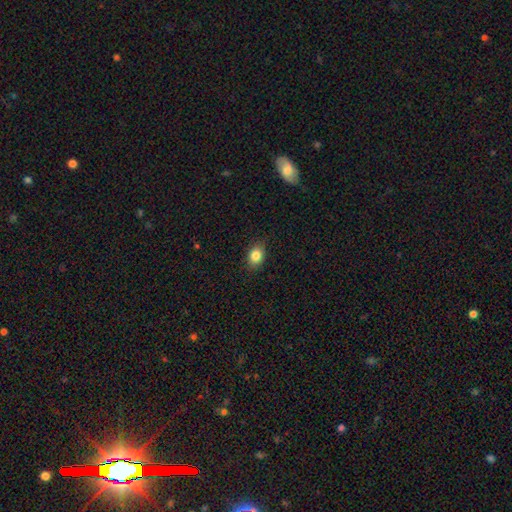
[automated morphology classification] Q: Smooth or featured?
A: smooth (84%); runner-up: star or artifact (9%)
Q: How rounded?
A: in between (67%); runner-up: round (32%)
Q: Merging?
A: none (85%); runner-up: minor disturbance (11%)